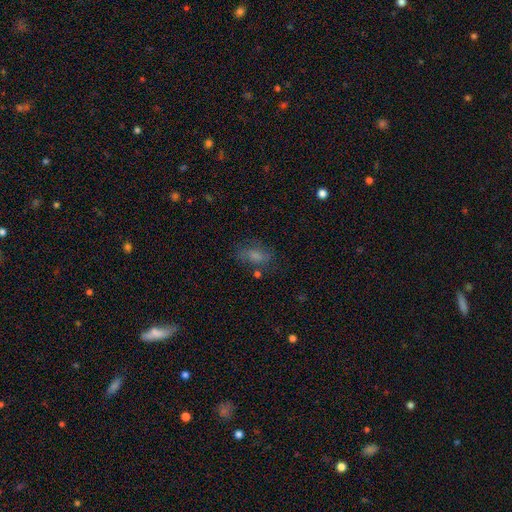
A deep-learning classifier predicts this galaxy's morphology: Overall: smooth (65%). How rounded: in between (81%). Merging: none (65%).